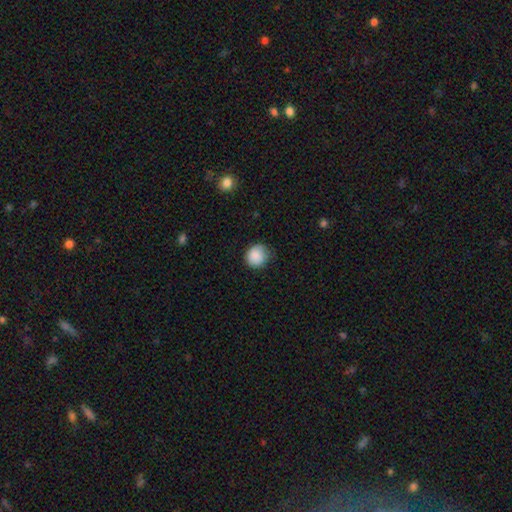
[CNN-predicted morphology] Q: Smooth or featured?
A: smooth (87%); runner-up: star or artifact (8%)
Q: How rounded?
A: round (84%); runner-up: in between (15%)
Q: Merging?
A: none (69%); runner-up: minor disturbance (25%)